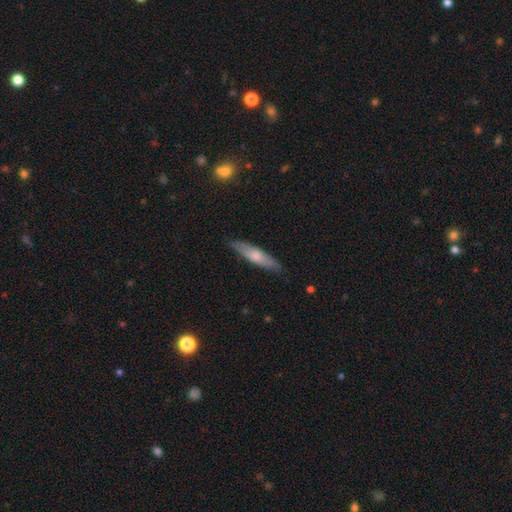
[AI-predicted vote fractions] The model was most divided on "smooth or featured": smooth: 58%, featured or disk: 36%, star or artifact: 6%. More confident: merging — none (86%); how rounded — cigar-shaped (79%).